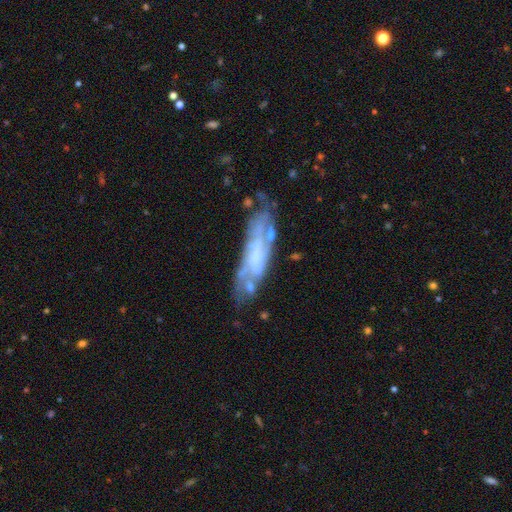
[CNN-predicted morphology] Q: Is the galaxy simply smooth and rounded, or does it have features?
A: featured or disk — 64%.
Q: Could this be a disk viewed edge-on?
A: no — 69%.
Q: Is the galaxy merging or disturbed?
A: none — 57%.